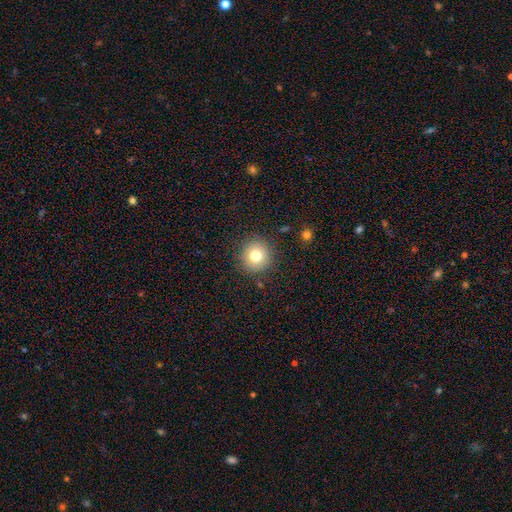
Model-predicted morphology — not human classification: Overall: smooth (77%). How rounded: round (92%). Merging: none (88%).